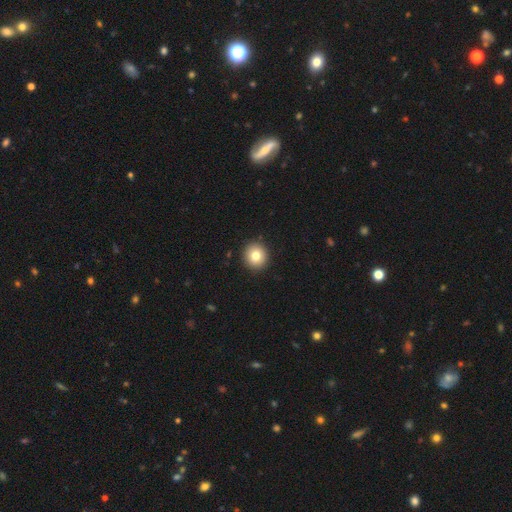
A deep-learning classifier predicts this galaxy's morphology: smooth_or_featured: smooth (p=0.80) [alt: featured or disk p=0.10]
how_rounded: round (p=0.93) [alt: in between p=0.06]
merging: none (p=0.93) [alt: minor disturbance p=0.05]